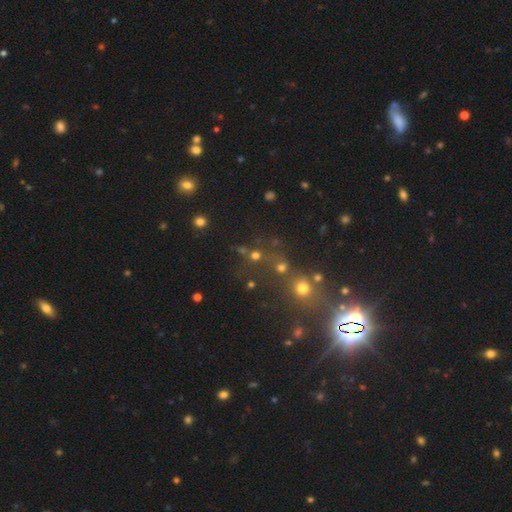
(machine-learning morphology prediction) Q: Smooth or featured?
A: smooth (51%); runner-up: star or artifact (38%)
Q: How rounded?
A: round (85%); runner-up: in between (13%)
Q: Merging?
A: none (62%); runner-up: merger (23%)